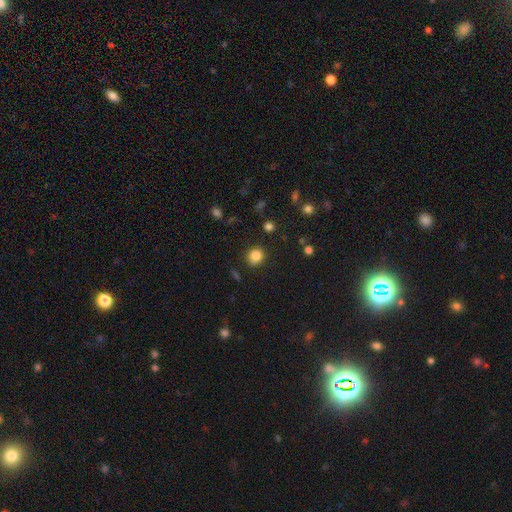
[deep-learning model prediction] smooth_or_featured: smooth (p=0.83) [alt: star or artifact p=0.12]
how_rounded: round (p=0.83) [alt: in between p=0.16]
merging: none (p=0.87) [alt: minor disturbance p=0.09]